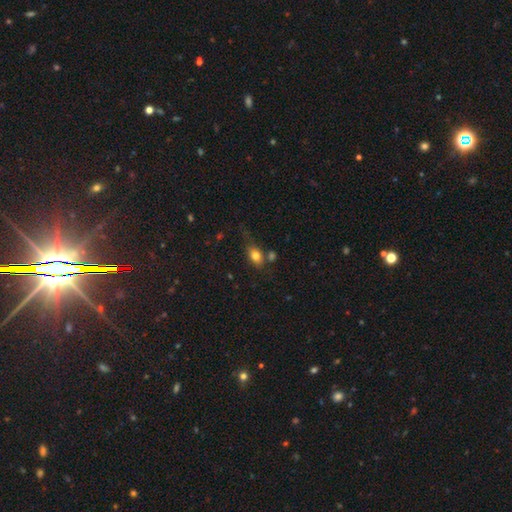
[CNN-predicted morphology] smooth_or_featured: smooth (p=0.78) [alt: featured or disk p=0.12]
how_rounded: in between (p=0.74) [alt: round p=0.22]
merging: none (p=0.53) [alt: minor disturbance p=0.22]